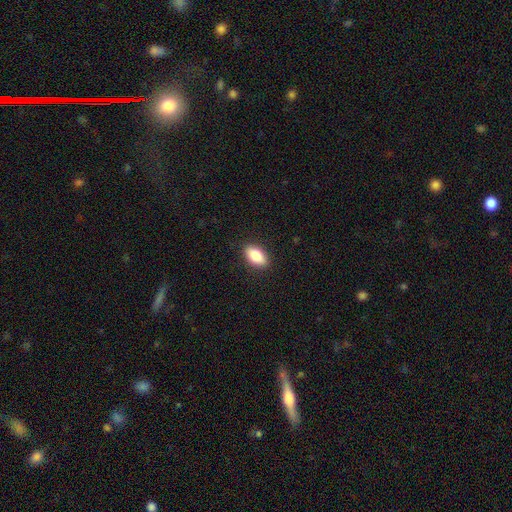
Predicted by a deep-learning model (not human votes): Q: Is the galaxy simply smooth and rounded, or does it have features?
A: smooth — 84%.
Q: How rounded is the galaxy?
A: in between — 90%.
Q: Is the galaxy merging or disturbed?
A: none — 89%.